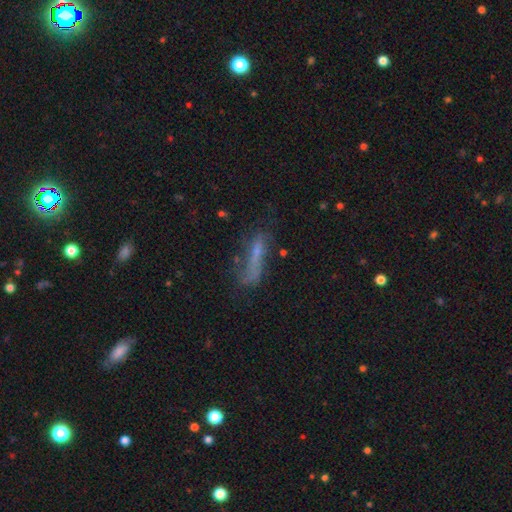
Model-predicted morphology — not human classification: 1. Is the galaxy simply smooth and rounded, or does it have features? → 51% smooth, 35% featured or disk, 15% star or artifact.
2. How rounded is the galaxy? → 67% cigar-shaped, 30% in between, 3% round.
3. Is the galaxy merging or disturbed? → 42% none, 25% minor disturbance, 25% major disturbance, 7% merger.